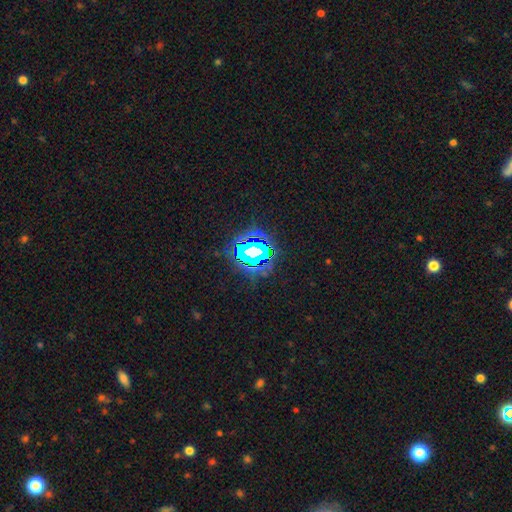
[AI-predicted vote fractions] A star or artifact, not a galaxy (69%).